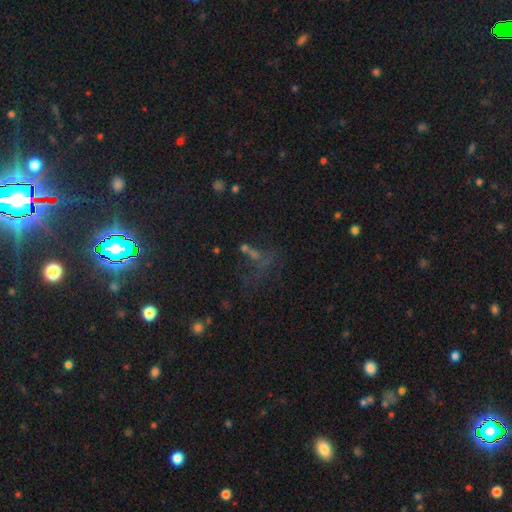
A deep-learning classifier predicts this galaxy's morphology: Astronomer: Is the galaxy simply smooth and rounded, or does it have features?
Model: star or artifact — 44% (runner-up: smooth, 34%).